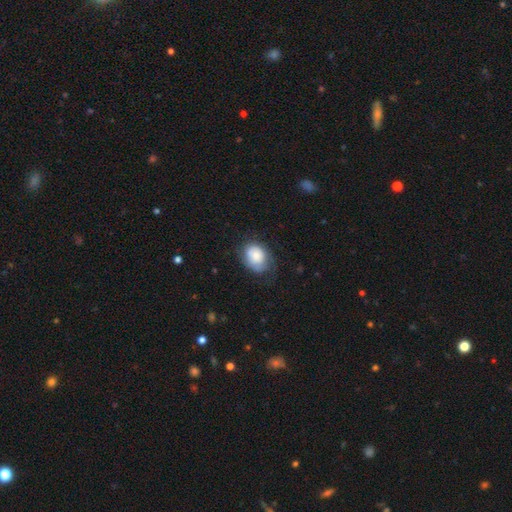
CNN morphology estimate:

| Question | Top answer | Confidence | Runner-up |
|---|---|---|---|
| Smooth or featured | smooth | 69% | featured or disk (24%) |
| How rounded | in between | 64% | round (35%) |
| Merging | none | 58% | minor disturbance (28%) |